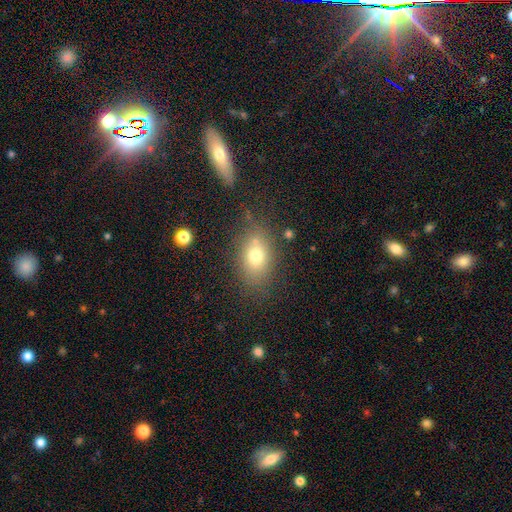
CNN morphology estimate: smooth-or-featured: smooth: 73% | featured or disk: 15% | star or artifact: 12%
  how-rounded: in between: 75% | round: 23% | cigar-shaped: 2%
  merging: none: 71% | minor disturbance: 16% | merger: 8% | major disturbance: 6%